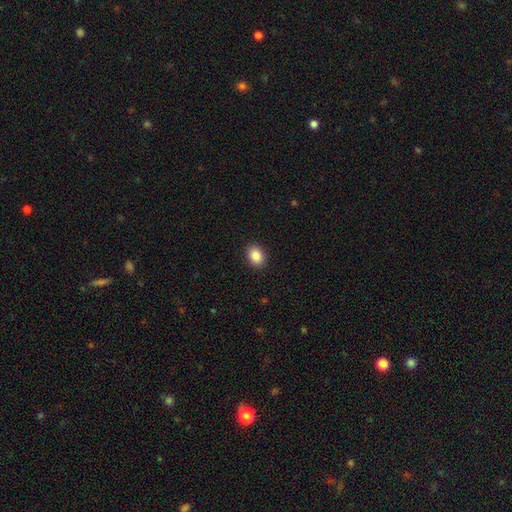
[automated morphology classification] A smooth galaxy with no disk features (87%) that is in between round and cigar-shaped (69%).

Vote fractions:
- Smooth or featured? smooth: 87% / star or artifact: 8% / featured or disk: 4%
- How rounded? in between: 69% / round: 30% / cigar-shaped: 1%
- Merging? none: 91% / minor disturbance: 7% / major disturbance: 2% / merger: 1%